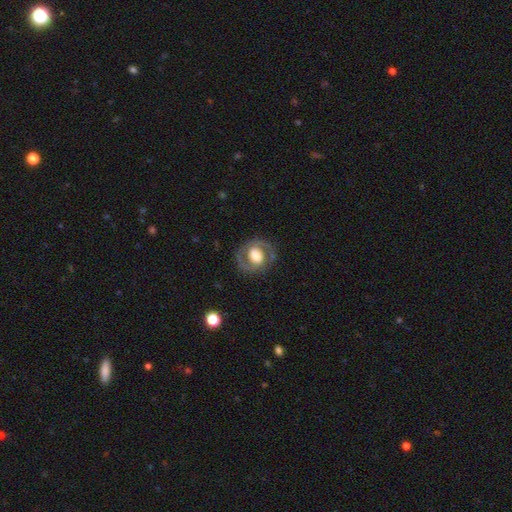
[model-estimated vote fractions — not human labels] Overall: featured or disk (65%; smooth 29%). Edge-on disk: no (97%). Bar: no (50%; weak 35%). Spiral arms: yes (72%). Bulge size: large (47%; moderate 38%). Merging: none (78%).